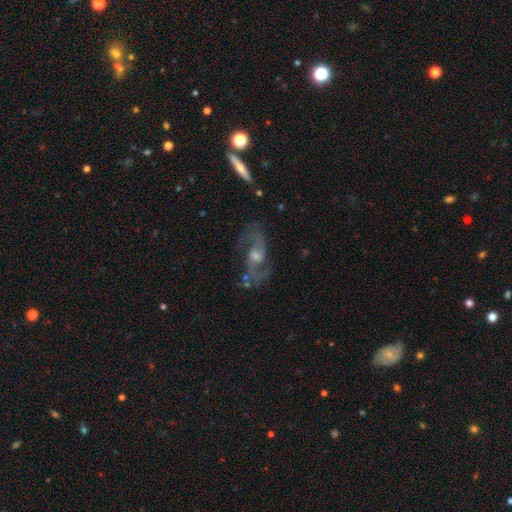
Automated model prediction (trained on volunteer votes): Smooth or featured? Predicted: featured or disk (p=0.77). Edge-on disk? Predicted: no (p=0.89). Bar? Predicted: no (p=0.55). Spiral arms? Predicted: yes (p=0.87). Spiral winding? Predicted: medium (p=0.45). Spiral arm count? Predicted: 2 (p=0.72). Bulge size? Predicted: moderate (p=0.60). Merging? Predicted: none (p=0.66).